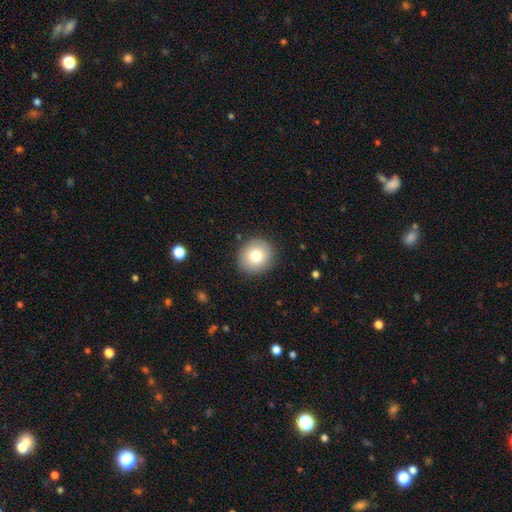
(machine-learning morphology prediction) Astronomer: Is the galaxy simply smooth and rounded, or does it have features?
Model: smooth — 78%.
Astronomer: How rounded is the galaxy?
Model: round — 83%.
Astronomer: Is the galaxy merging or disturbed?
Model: none — 89%.